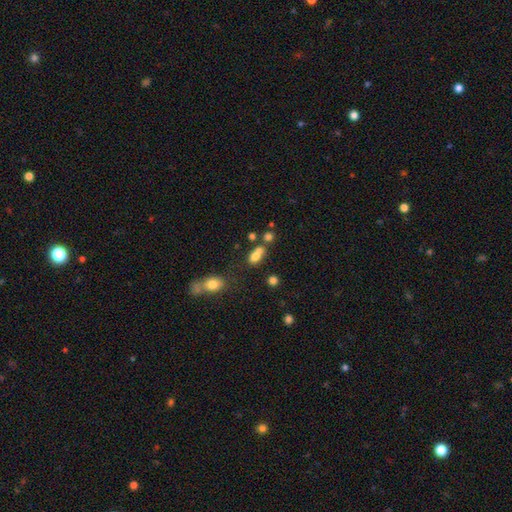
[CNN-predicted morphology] Smooth or featured?
  - smooth: 73% *
  - star or artifact: 14%
  - featured or disk: 13%
How rounded?
  - in between: 58% *
  - round: 39%
  - cigar-shaped: 3%
Merging?
  - merger: 50% *
  - none: 34%
  - minor disturbance: 10%
  - major disturbance: 6%